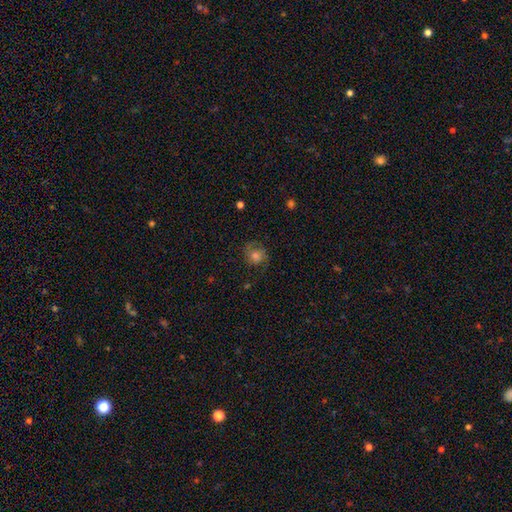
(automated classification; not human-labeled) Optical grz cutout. It shows a featured or disk galaxy (51%). Merging: none (71%).